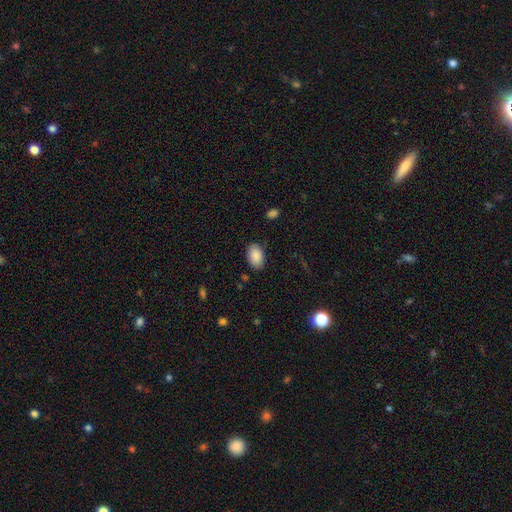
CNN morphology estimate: A smooth galaxy with no disk features (89%) that is in between round and cigar-shaped (90%). Merging: none (84%).